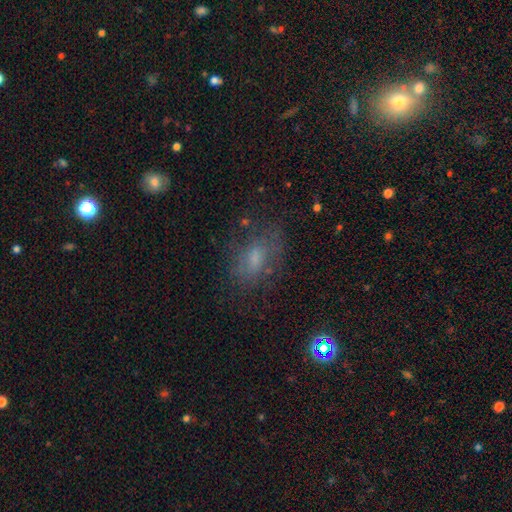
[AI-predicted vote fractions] This is possibly a smooth galaxy (50%). Merging: likely none (63%).